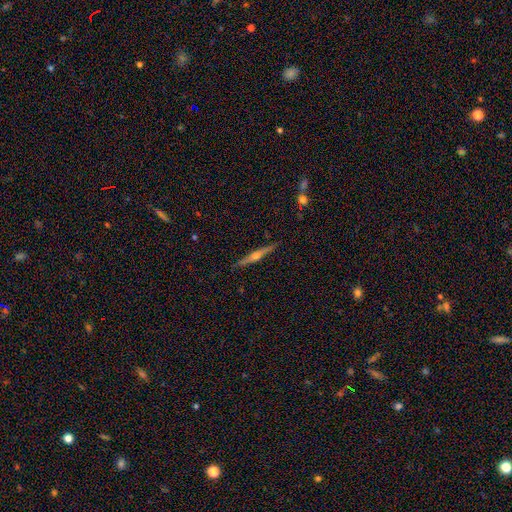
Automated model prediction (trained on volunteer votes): smooth-or-featured: featured or disk: 76% | smooth: 18% | star or artifact: 6%
  disk-edge-on: yes: 98% | no: 2%
    edge-on-bulge: rounded: 90% | boxy: 5% | none: 5%
  merging: none: 90% | minor disturbance: 7% | major disturbance: 1% | merger: 1%